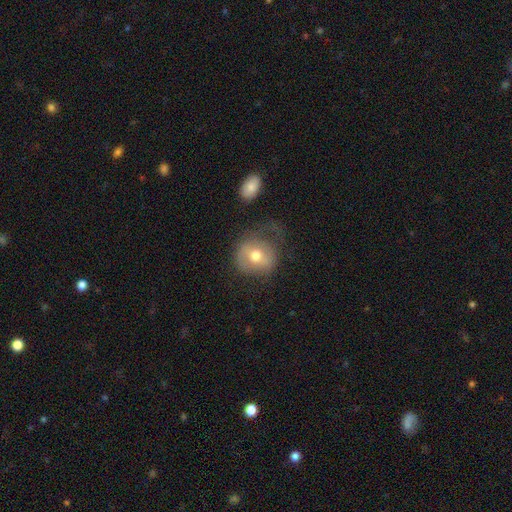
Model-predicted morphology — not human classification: A smooth galaxy with no disk features (59%) that is round (79%).

Vote fractions:
- Smooth or featured? smooth: 59% / featured or disk: 33% / star or artifact: 8%
- How rounded? round: 79% / in between: 20% / cigar-shaped: 1%
- Merging? none: 51% / minor disturbance: 25% / major disturbance: 21% / merger: 3%